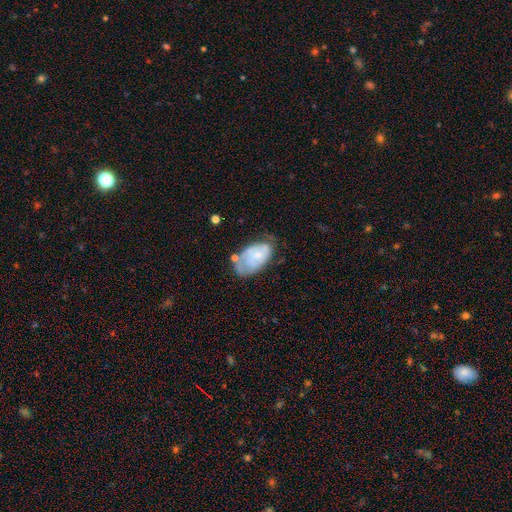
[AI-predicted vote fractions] A smooth galaxy with no disk features (49%). Merging: none (39%).